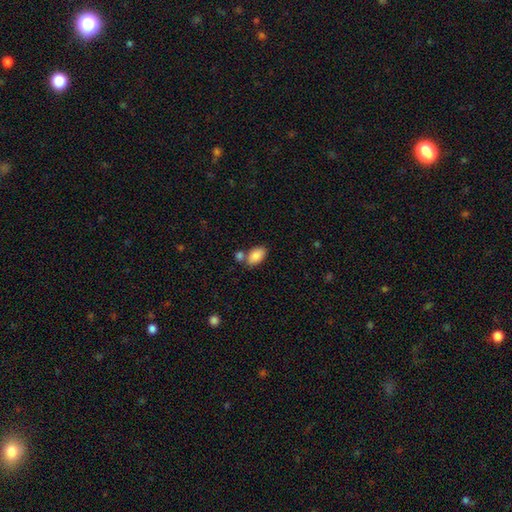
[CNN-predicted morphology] Smooth or featured: smooth — 87% (star or artifact — 7%)
How rounded: in between — 93% (round — 6%)
Merging: none — 61% (merger — 22%)